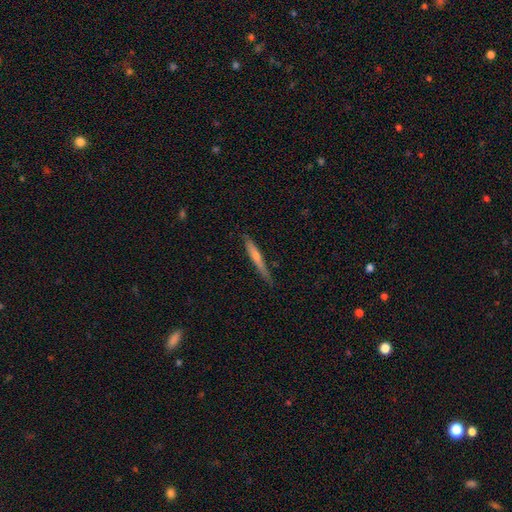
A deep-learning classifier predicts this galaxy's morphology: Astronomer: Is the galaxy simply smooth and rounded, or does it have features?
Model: featured or disk — 62%.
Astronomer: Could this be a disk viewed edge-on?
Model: yes — 96%.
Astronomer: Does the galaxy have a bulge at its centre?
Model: rounded — 66%.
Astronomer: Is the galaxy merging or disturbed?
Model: none — 86%.